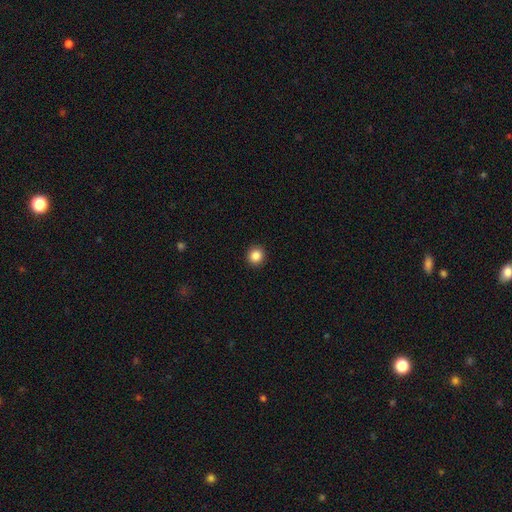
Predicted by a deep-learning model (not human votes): Q: Smooth or featured?
A: smooth (86%); runner-up: star or artifact (10%)
Q: How rounded?
A: round (93%); runner-up: in between (6%)
Q: Merging?
A: none (93%); runner-up: minor disturbance (4%)